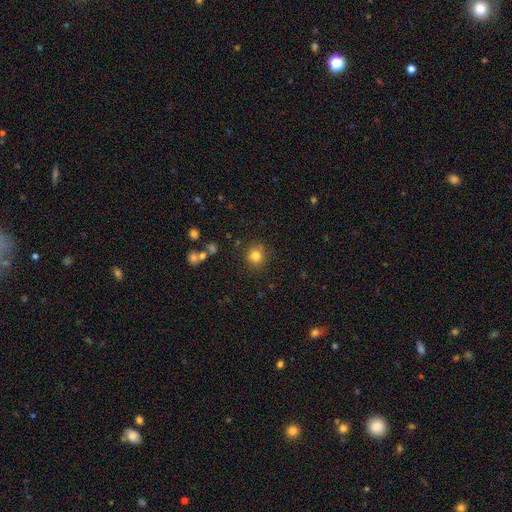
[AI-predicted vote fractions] smooth_or_featured: smooth (p=0.81) [alt: star or artifact p=0.12]
how_rounded: round (p=0.87) [alt: in between p=0.12]
merging: none (p=0.87) [alt: minor disturbance p=0.08]